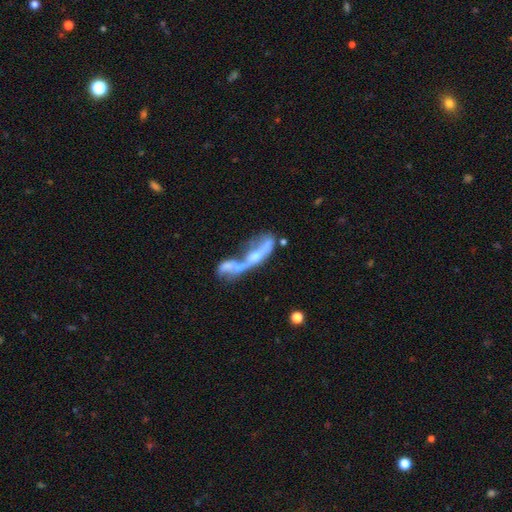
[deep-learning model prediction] Overall: featured or disk (62%; smooth 28%). Edge-on disk: no (66%; yes 34%). Merging: merger (63%).